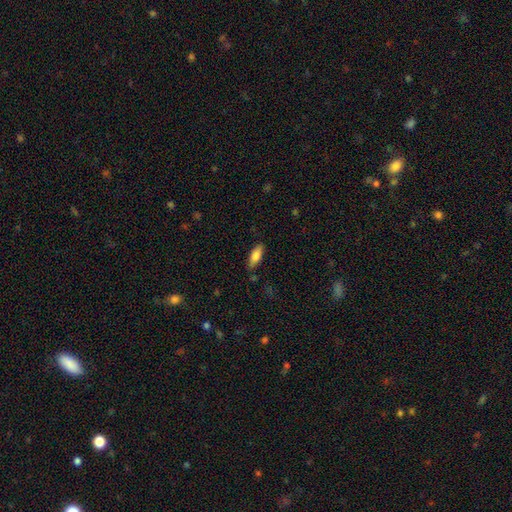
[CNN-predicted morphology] Q: Smooth or featured?
A: smooth (81%); runner-up: featured or disk (12%)
Q: How rounded?
A: in between (73%); runner-up: cigar-shaped (25%)
Q: Merging?
A: none (82%); runner-up: minor disturbance (13%)